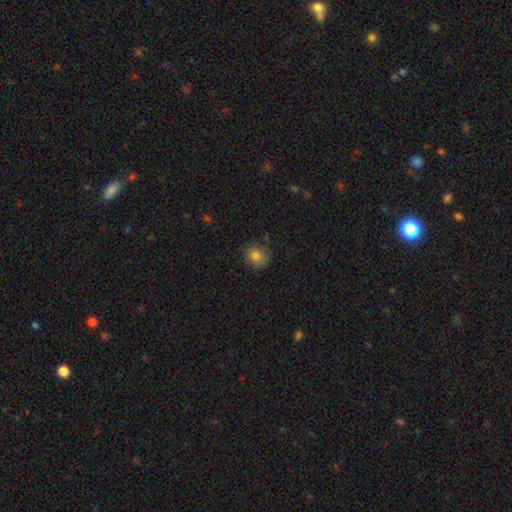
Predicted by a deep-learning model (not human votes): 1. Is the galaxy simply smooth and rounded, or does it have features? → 81% smooth, 11% star or artifact, 8% featured or disk.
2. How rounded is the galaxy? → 81% round, 18% in between, 1% cigar-shaped.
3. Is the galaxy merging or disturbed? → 76% none, 18% minor disturbance, 4% major disturbance, 2% merger.